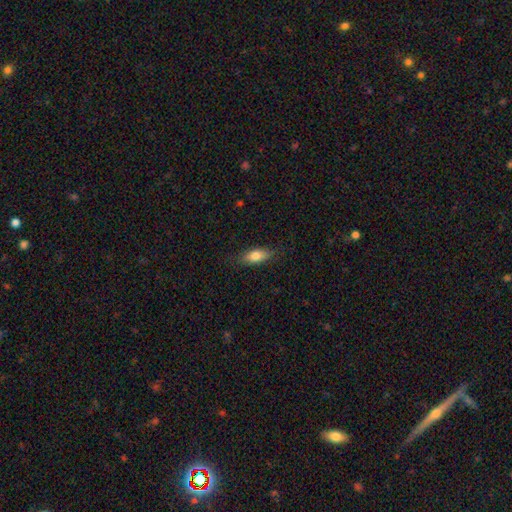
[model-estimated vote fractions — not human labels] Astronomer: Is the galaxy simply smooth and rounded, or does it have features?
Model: smooth — 77%.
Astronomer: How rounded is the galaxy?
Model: in between — 76%.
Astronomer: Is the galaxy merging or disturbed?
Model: none — 81%.